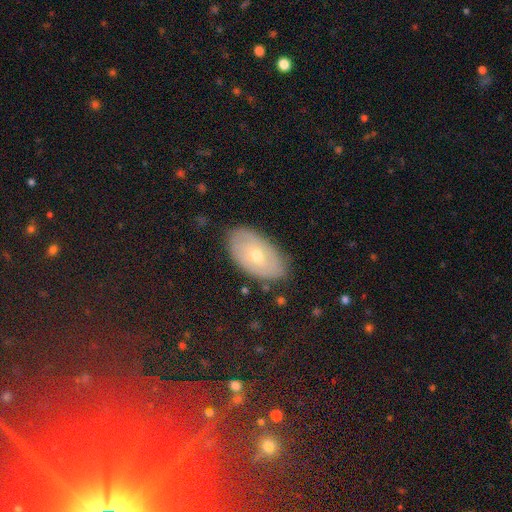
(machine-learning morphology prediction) Overall: featured or disk (47%; smooth 40%). Merging: none (82%).